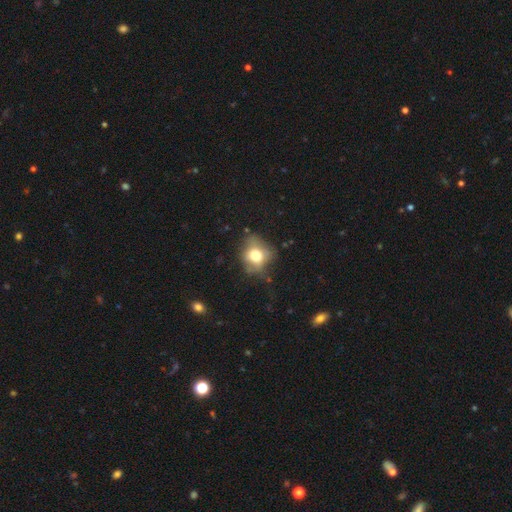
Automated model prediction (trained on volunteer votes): Q: Smooth or featured?
A: smooth (66%); runner-up: featured or disk (22%)
Q: How rounded?
A: round (64%); runner-up: in between (34%)
Q: Merging?
A: none (56%); runner-up: minor disturbance (27%)